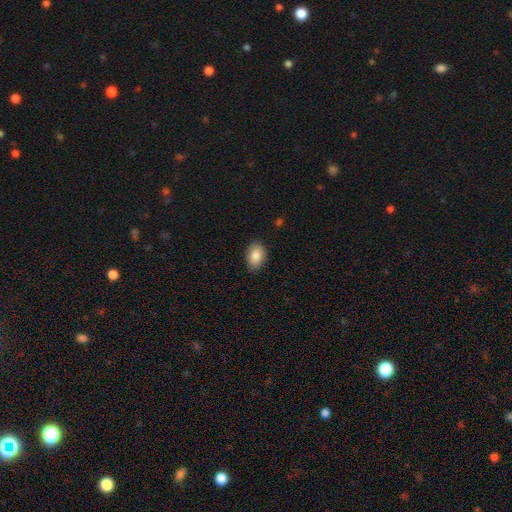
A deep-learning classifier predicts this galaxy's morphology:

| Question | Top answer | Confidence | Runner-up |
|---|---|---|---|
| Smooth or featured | smooth | 86% | star or artifact (7%) |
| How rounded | in between | 87% | round (12%) |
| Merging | none | 85% | minor disturbance (12%) |